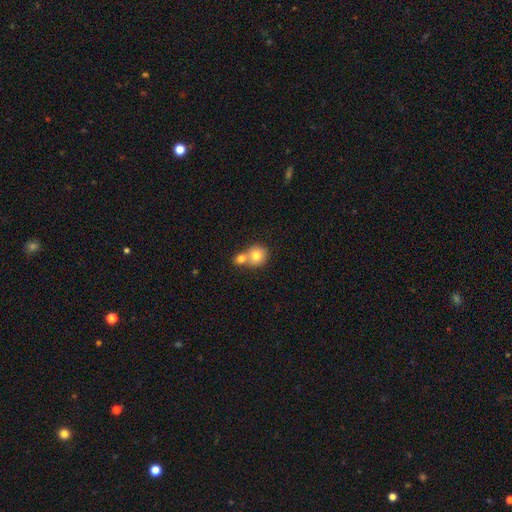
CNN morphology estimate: smooth_or_featured: smooth (p=0.77) [alt: featured or disk p=0.14]
how_rounded: round (p=0.82) [alt: in between p=0.17]
merging: merger (p=0.57) [alt: none p=0.34]